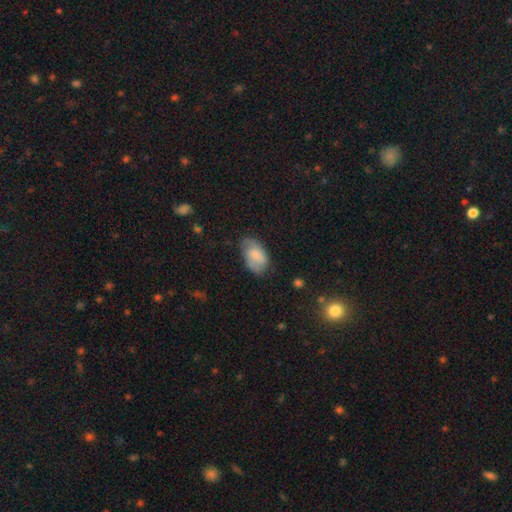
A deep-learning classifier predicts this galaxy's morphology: Smooth or featured? smooth (56%)
How rounded? in between (92%)
Merging? none (62%)